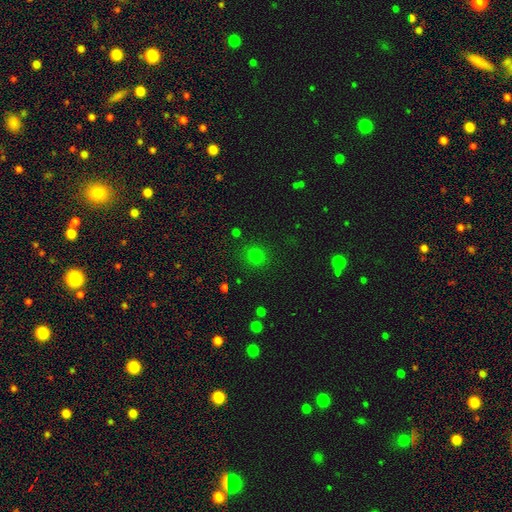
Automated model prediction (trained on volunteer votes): smooth-or-featured: smooth: 75% | star or artifact: 19% | featured or disk: 5%
  how-rounded: round: 89% | in between: 10% | cigar-shaped: 1%
  merging: none: 87% | minor disturbance: 8% | major disturbance: 3% | merger: 2%